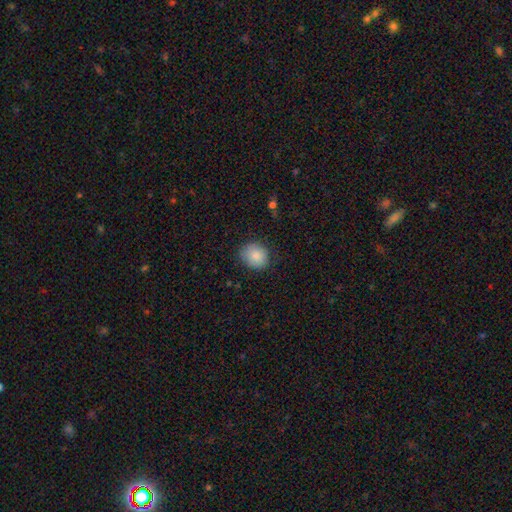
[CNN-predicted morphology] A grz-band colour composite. It shows a smooth galaxy with no disk features (86%) that is round (72%). Merging: none (80%).